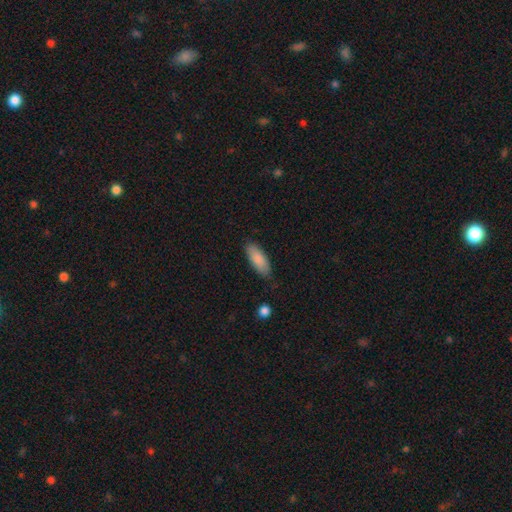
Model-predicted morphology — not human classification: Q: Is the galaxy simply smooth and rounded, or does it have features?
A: smooth — 86%.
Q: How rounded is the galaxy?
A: in between — 70%.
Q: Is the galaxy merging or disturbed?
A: none — 84%.